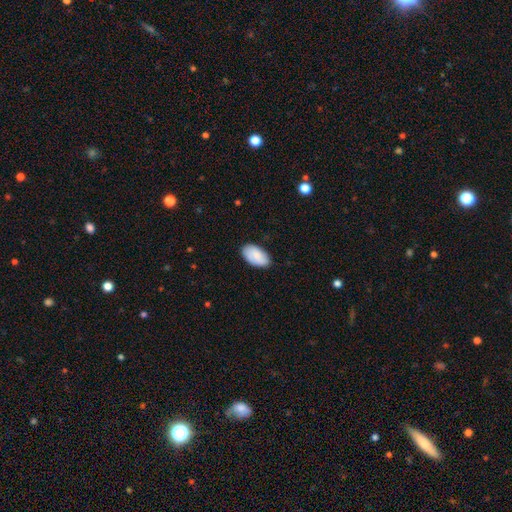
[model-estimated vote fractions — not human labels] smooth 81%, featured or disk 13%, star or artifact 6%. Down the decision tree: how rounded — in between (95%); merging — none (83%).